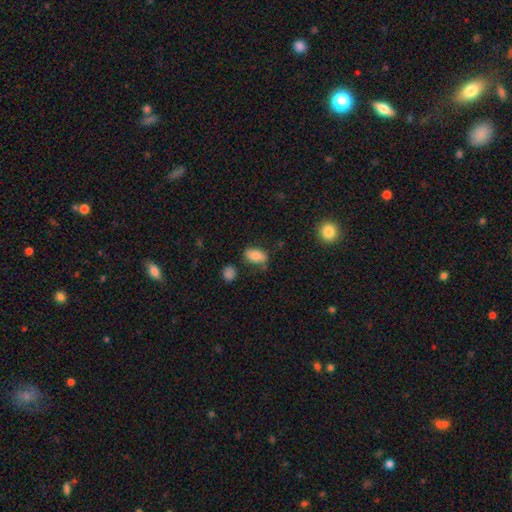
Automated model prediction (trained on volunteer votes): This appears to be a smooth galaxy with no disk features (78%) that is in between round and cigar-shaped (90%). Merging: none (66%).